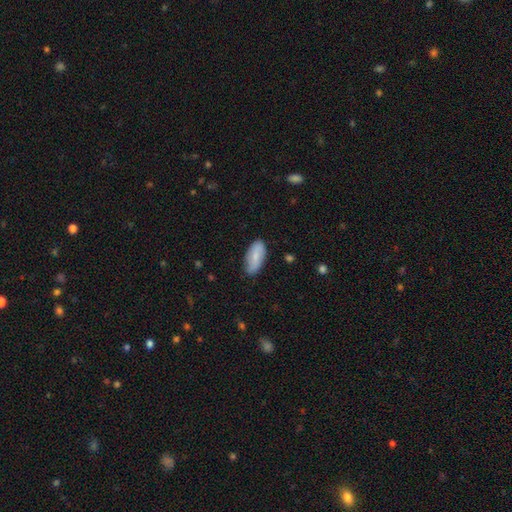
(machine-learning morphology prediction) Q: Smooth or featured?
A: smooth (74%); runner-up: featured or disk (20%)
Q: How rounded?
A: in between (88%); runner-up: cigar-shaped (10%)
Q: Merging?
A: none (81%); runner-up: minor disturbance (15%)